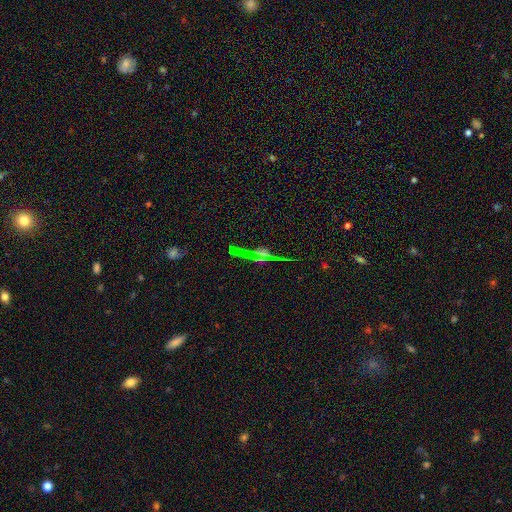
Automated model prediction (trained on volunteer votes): This appears to be a featured or disk galaxy (66%) viewed edge-on (90%) with a rounded central bulge (74%). Merging: none (73%).